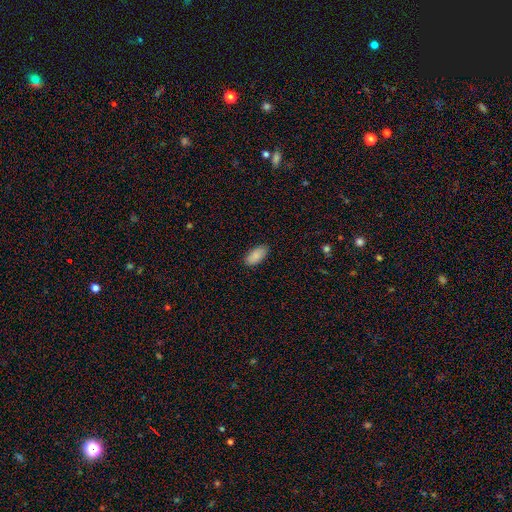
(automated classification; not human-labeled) This appears to be a smooth galaxy with no disk features (87%) that is in between round and cigar-shaped (93%). Merging: none (88%).